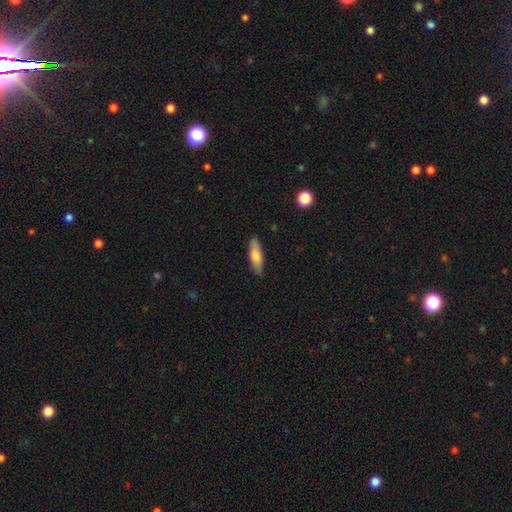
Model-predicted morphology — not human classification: This appears to be a smooth galaxy with no disk features (75%) that is cigar-shaped (52%). Merging: none (84%).